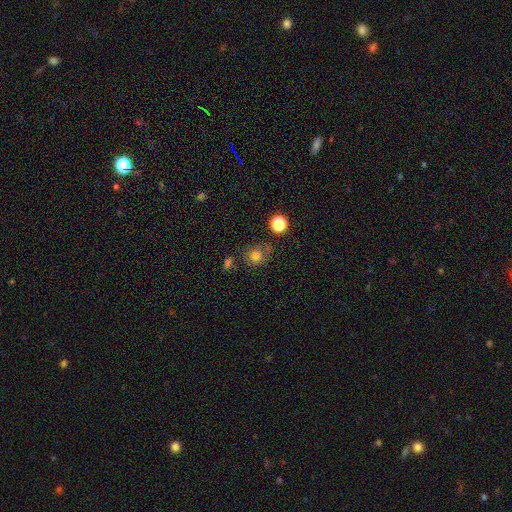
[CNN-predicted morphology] Q: Smooth or featured?
A: smooth (74%); runner-up: star or artifact (13%)
Q: How rounded?
A: round (68%); runner-up: in between (31%)
Q: Merging?
A: none (60%); runner-up: minor disturbance (22%)